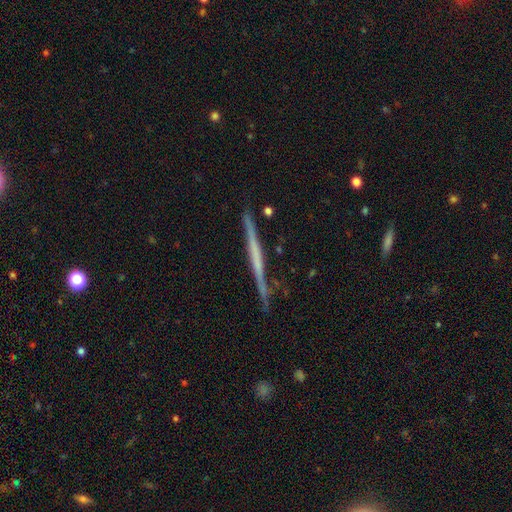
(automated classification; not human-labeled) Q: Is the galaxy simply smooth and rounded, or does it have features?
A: featured or disk — 65%.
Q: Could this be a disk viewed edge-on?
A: yes — 98%.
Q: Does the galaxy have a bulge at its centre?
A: none — 82%.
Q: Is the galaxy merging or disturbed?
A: none — 86%.